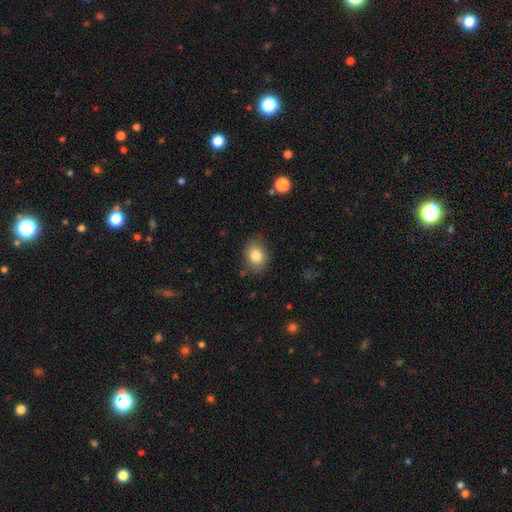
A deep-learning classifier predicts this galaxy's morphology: This appears to be a smooth galaxy with no disk features (83%) that is in between round and cigar-shaped (52%). Merging: none (81%).